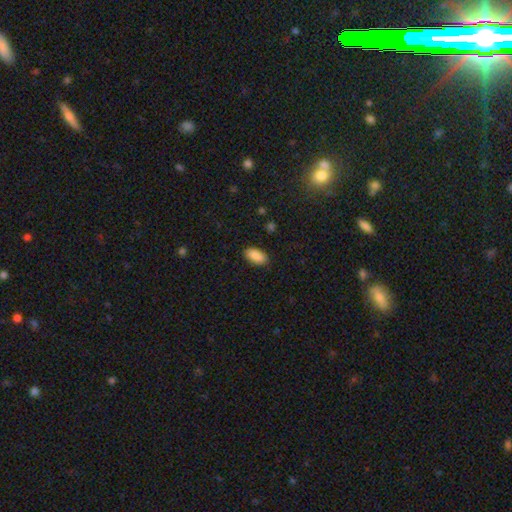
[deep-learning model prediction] A smooth galaxy with no disk features (89%) that is in between round and cigar-shaped (93%).

Vote fractions:
- Smooth or featured? smooth: 89% / star or artifact: 7% / featured or disk: 4%
- How rounded? in between: 93% / cigar-shaped: 4% / round: 3%
- Merging? none: 88% / minor disturbance: 9% / major disturbance: 2% / merger: 1%